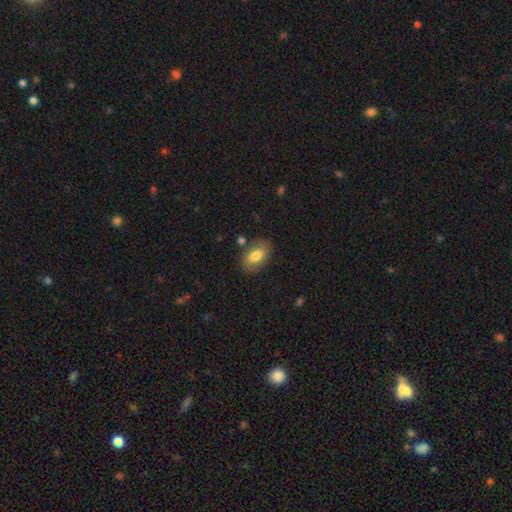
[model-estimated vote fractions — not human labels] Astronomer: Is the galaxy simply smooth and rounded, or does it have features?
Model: smooth — 74%.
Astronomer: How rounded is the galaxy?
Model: in between — 90%.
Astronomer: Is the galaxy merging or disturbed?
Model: none — 78%.